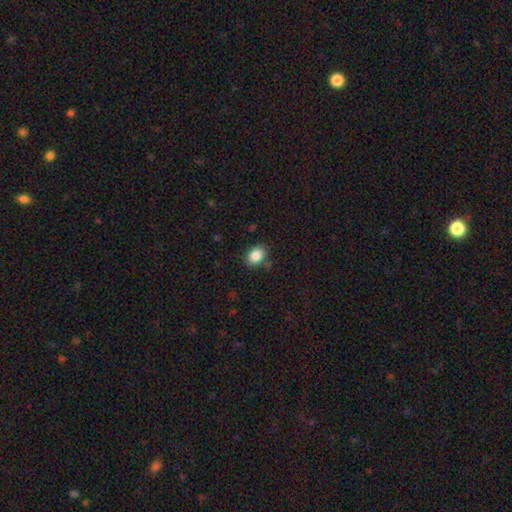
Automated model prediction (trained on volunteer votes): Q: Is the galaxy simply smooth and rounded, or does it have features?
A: smooth — 86%.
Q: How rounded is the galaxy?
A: in between — 66%.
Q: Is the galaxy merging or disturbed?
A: none — 79%.